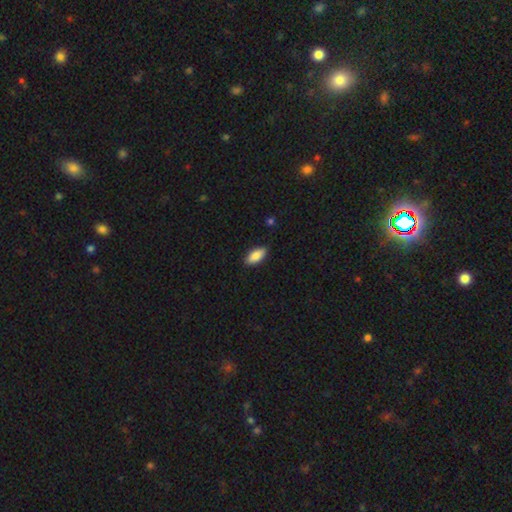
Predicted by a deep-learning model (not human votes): This is clearly a smooth galaxy (86%). How rounded: clearly in between (86%). Merging: clearly none (88%).